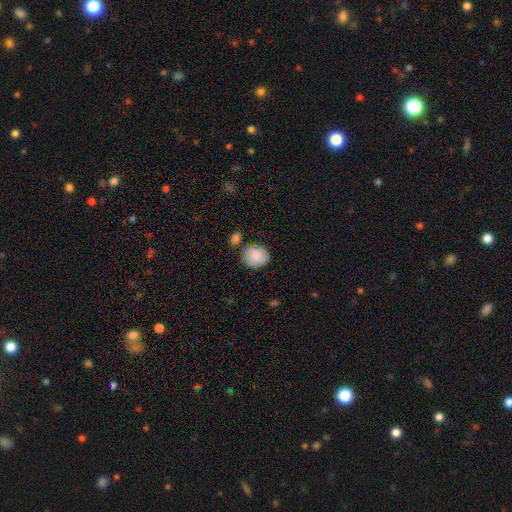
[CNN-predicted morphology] Smooth or featured? smooth (84%)
How rounded? round (71%)
Merging? none (67%)